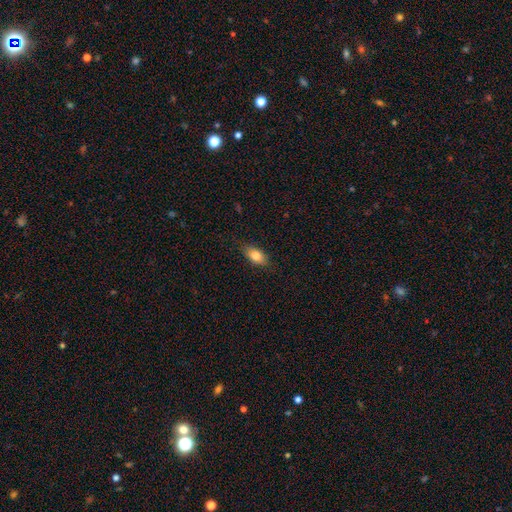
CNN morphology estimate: smooth 80%, featured or disk 13%, star or artifact 7%. Down the decision tree: how rounded — in between (85%); merging — none (83%).